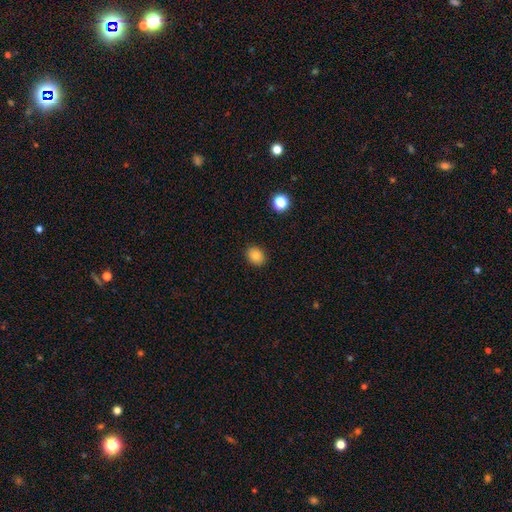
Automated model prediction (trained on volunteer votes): Smooth or featured: smooth — 83% (star or artifact — 10%)
How rounded: round — 51% (in between — 49%)
Merging: none — 89% (minor disturbance — 8%)